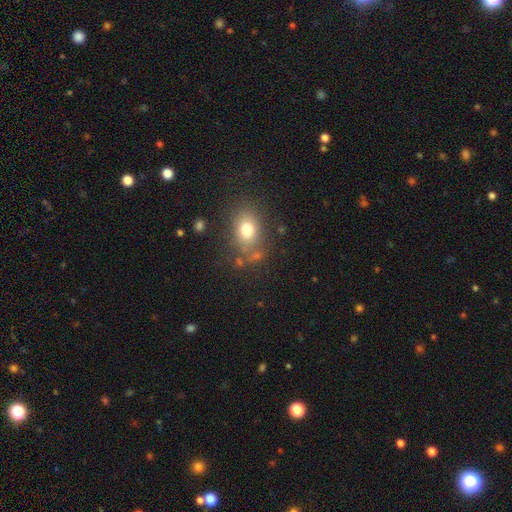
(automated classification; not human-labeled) Morphology: type=smooth (72%); roundness=in between (62%); merging=none (74%).